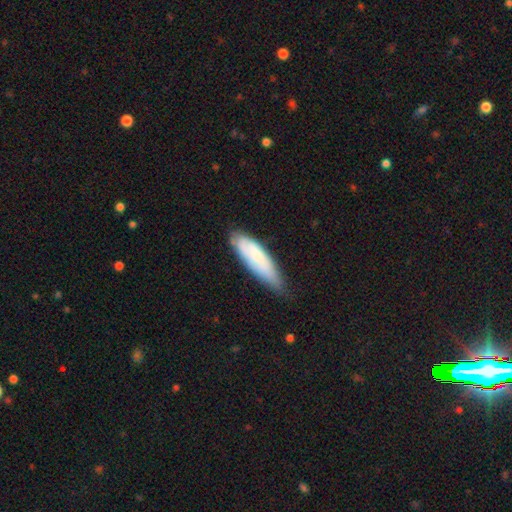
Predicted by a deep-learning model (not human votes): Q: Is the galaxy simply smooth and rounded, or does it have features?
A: smooth — 62%.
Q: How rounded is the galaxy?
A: cigar-shaped — 54%.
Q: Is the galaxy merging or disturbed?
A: none — 59%.